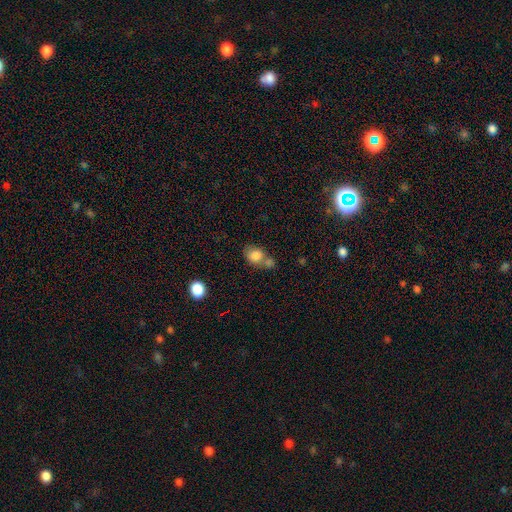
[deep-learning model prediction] Overall: smooth (81%). How rounded: round (51%; in between 48%). Merging: merger (43%; none 38%).